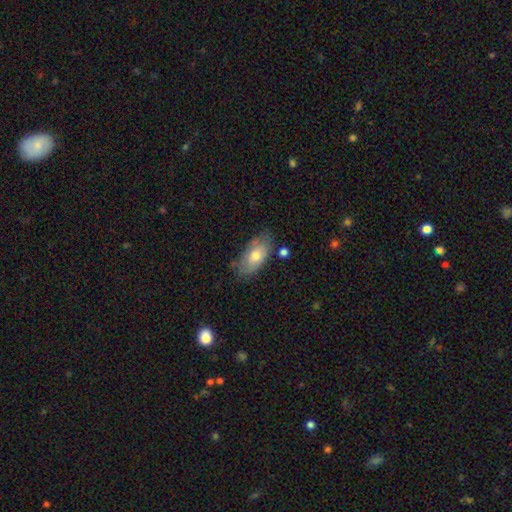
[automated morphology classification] Overall: smooth (69%). How rounded: in between (91%). Merging: none (66%).